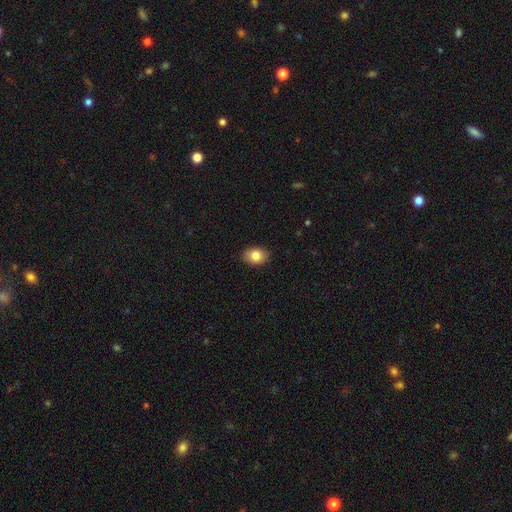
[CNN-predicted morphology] A smooth galaxy with no disk features (83%) that is in between round and cigar-shaped (77%). Merging: none (89%).